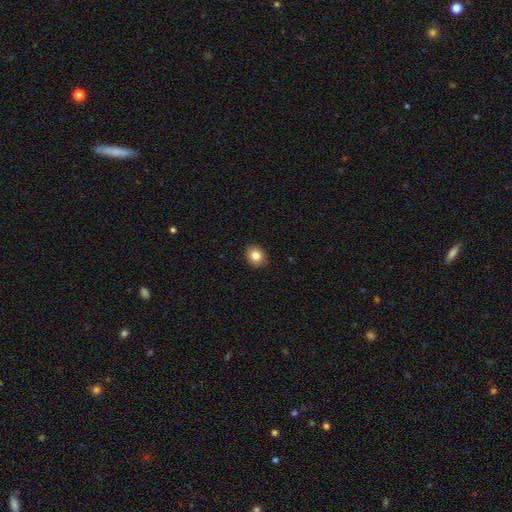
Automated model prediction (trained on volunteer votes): A smooth galaxy with no disk features (83%) that is round (70%).

Vote fractions:
- Smooth or featured? smooth: 83% / star or artifact: 10% / featured or disk: 7%
- How rounded? round: 70% / in between: 29% / cigar-shaped: 1%
- Merging? none: 90% / minor disturbance: 7% / major disturbance: 2% / merger: 1%